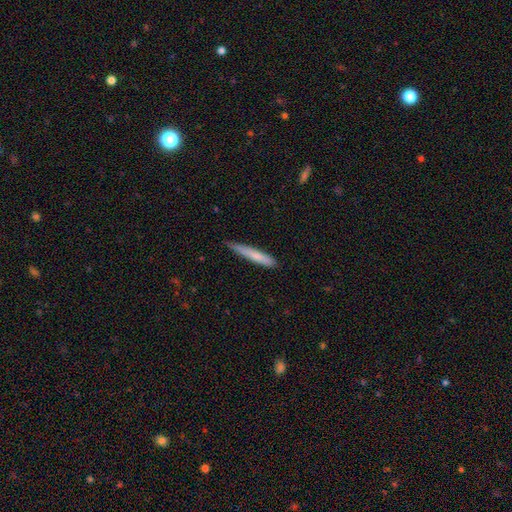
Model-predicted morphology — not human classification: type=smooth (71%); roundness=cigar-shaped (95%); merging=none (75%).